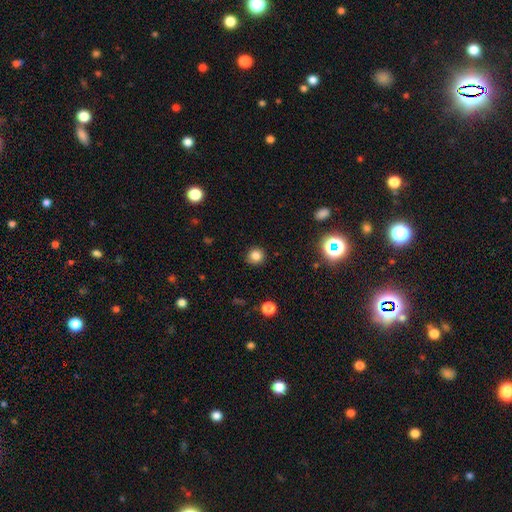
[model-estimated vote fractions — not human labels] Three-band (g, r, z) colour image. It shows a smooth galaxy with no disk features (82%) that is round (90%). Merging: none (89%).